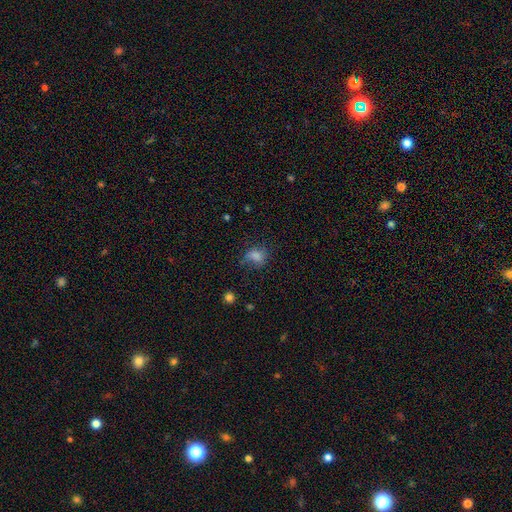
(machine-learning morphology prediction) Smooth or featured: smooth — 72% (star or artifact — 15%)
How rounded: in between — 58% (round — 40%)
Merging: none — 48% (minor disturbance — 29%)